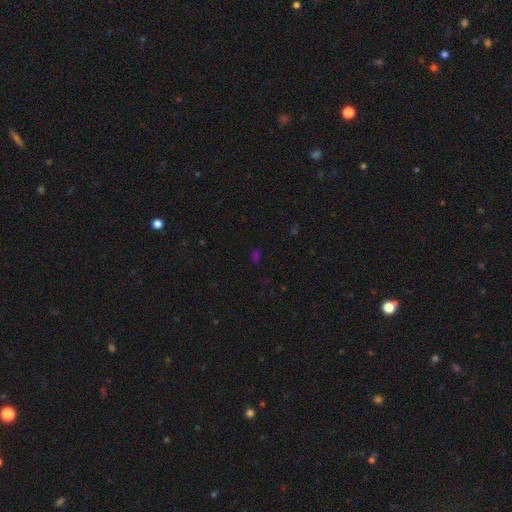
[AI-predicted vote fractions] Smooth or featured: smooth — 53% (star or artifact — 40%)
How rounded: in between — 82% (round — 13%)
Merging: none — 77% (minor disturbance — 14%)